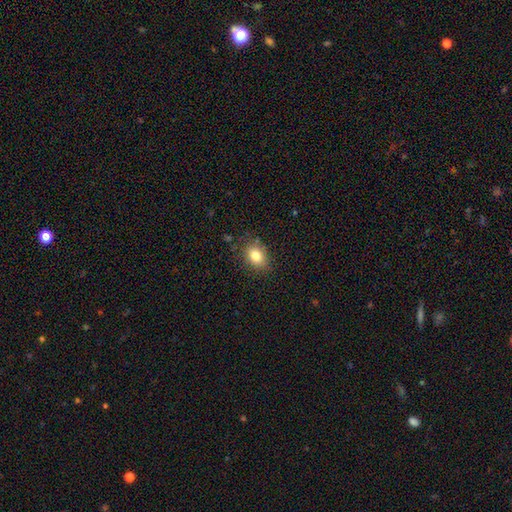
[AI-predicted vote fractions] Smooth or featured? smooth (81%)
How rounded? in between (65%)
Merging? none (82%)